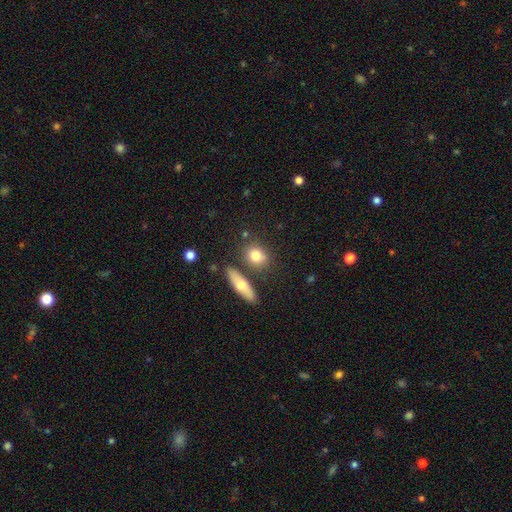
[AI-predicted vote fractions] smooth-or-featured: smooth: 77% | featured or disk: 14% | star or artifact: 8%
  how-rounded: round: 50% | in between: 43% | cigar-shaped: 7%
  merging: none: 73% | merger: 12% | minor disturbance: 12% | major disturbance: 3%